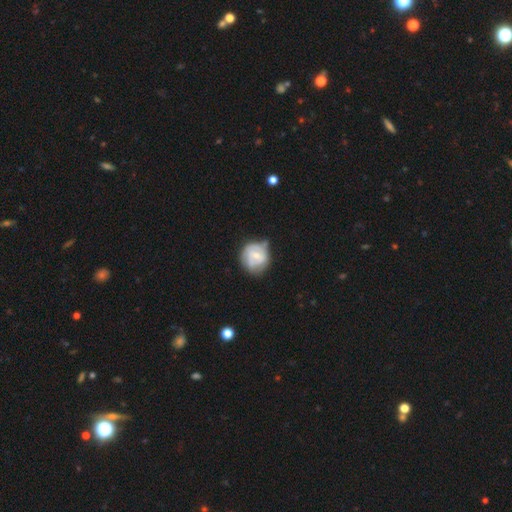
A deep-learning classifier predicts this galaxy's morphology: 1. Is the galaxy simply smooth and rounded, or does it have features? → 48% featured or disk, 45% smooth, 7% star or artifact.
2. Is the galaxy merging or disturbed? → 50% none, 32% minor disturbance, 12% major disturbance, 6% merger.